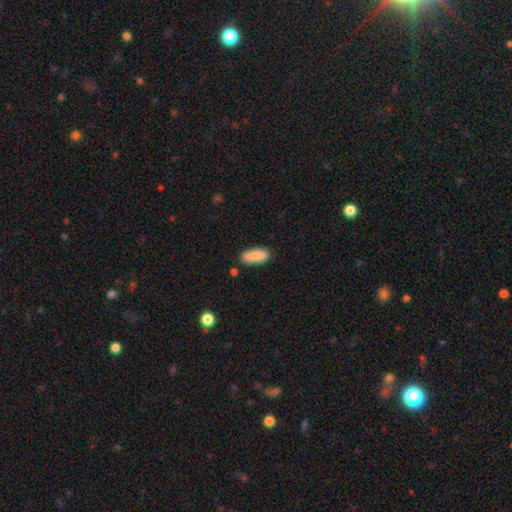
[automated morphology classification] Smooth or featured?
  - smooth: 84% *
  - featured or disk: 10%
  - star or artifact: 6%
How rounded?
  - in between: 78% *
  - cigar-shaped: 20%
  - round: 2%
Merging?
  - none: 80% *
  - minor disturbance: 13%
  - merger: 4%
  - major disturbance: 3%